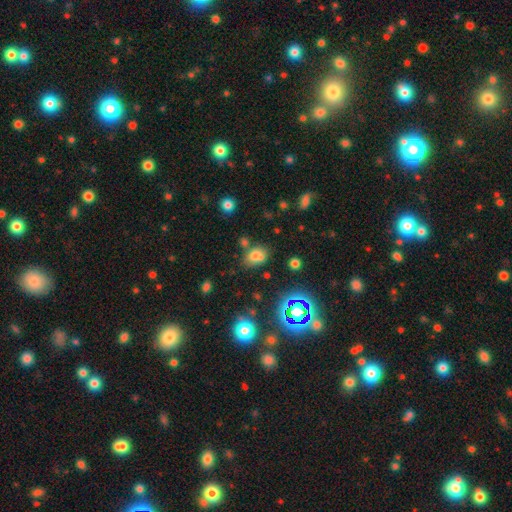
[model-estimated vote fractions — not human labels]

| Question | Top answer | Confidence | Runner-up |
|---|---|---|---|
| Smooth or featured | smooth | 69% | star or artifact (18%) |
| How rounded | in between | 71% | round (28%) |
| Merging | none | 61% | merger (18%) |